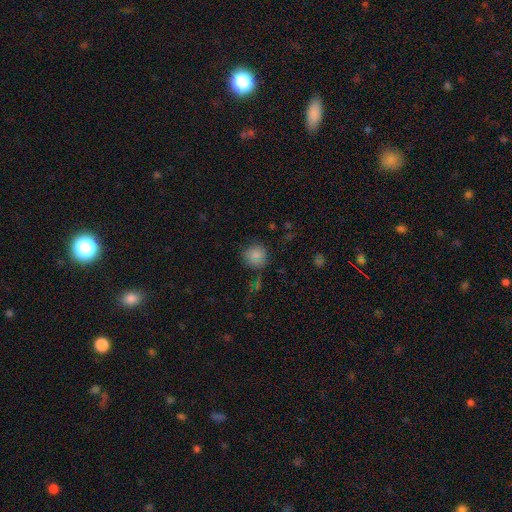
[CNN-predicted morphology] A smooth galaxy with no disk features (73%) that is round (86%). Merging: none (77%).